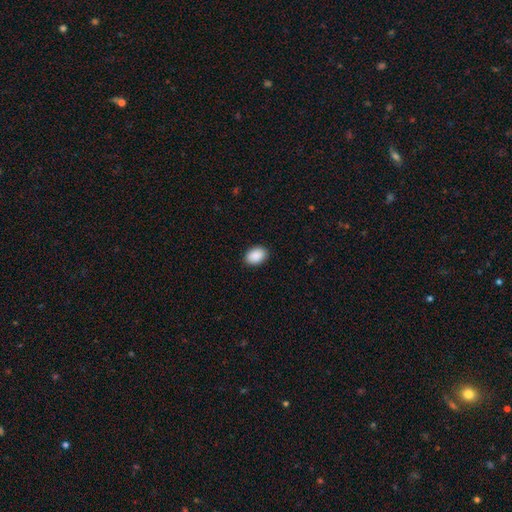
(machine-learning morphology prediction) A smooth galaxy with no disk features (91%) that is in between round and cigar-shaped (86%). Merging: none (90%).